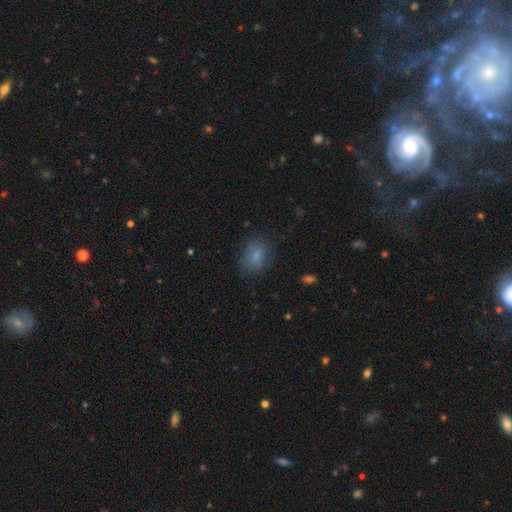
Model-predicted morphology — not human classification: smooth_or_featured: smooth (p=0.79) [alt: featured or disk p=0.11]
how_rounded: in between (p=0.80) [alt: round p=0.18]
merging: none (p=0.74) [alt: minor disturbance p=0.18]